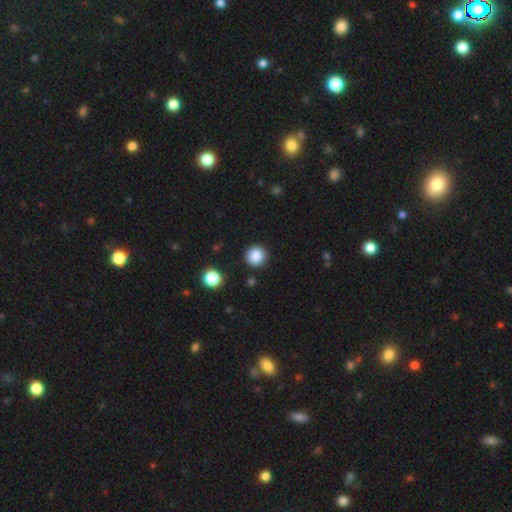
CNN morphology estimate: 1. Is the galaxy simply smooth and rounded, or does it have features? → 87% smooth, 10% star or artifact, 4% featured or disk.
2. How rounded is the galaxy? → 95% round, 4% in between, 1% cigar-shaped.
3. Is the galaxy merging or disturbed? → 90% none, 6% minor disturbance, 2% major disturbance, 2% merger.